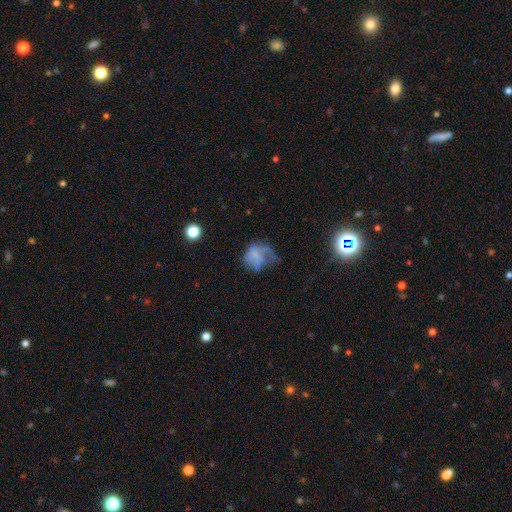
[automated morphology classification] Smooth or featured? smooth (46%)
Merging? major disturbance (42%)